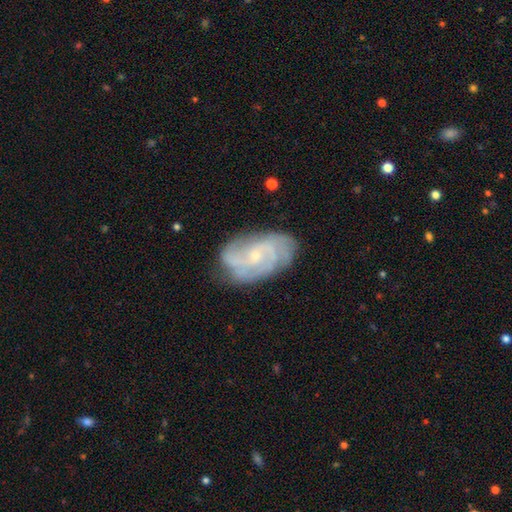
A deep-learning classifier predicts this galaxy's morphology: featured or disk 84%, smooth 10%, star or artifact 6%. Down the decision tree: edge-on disk — no (96%); bar — no (62%); spiral arms — yes (96%); spiral arm count — 3 (26%); spiral winding — tight (51%); bulge size — small (75%); merging — none (75%).